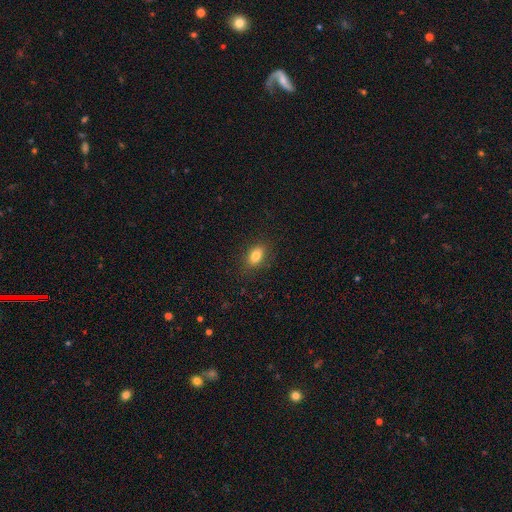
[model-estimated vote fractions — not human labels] The model was most divided on "how rounded": in between: 84%, round: 12%, cigar-shaped: 3%. More confident: merging — none (86%); smooth or featured — smooth (83%).